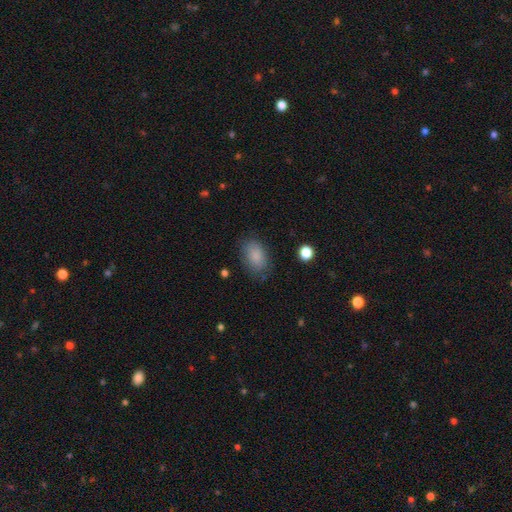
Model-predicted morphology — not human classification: smooth_or_featured: smooth (p=0.86) [alt: star or artifact p=0.08]
how_rounded: in between (p=0.89) [alt: round p=0.09]
merging: none (p=0.77) [alt: minor disturbance p=0.16]